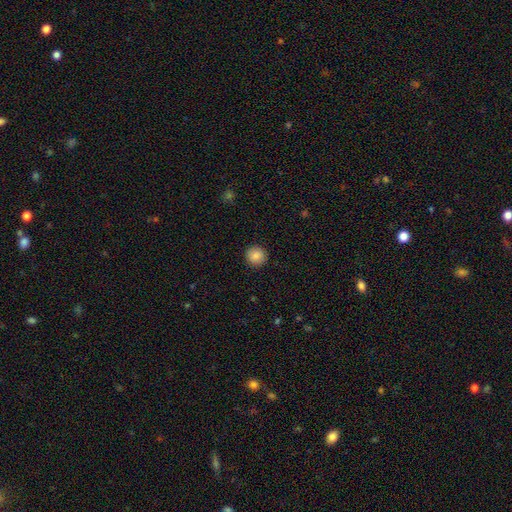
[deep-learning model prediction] smooth_or_featured: smooth (p=0.87) [alt: star or artifact p=0.09]
how_rounded: round (p=0.93) [alt: in between p=0.06]
merging: none (p=0.92) [alt: minor disturbance p=0.05]